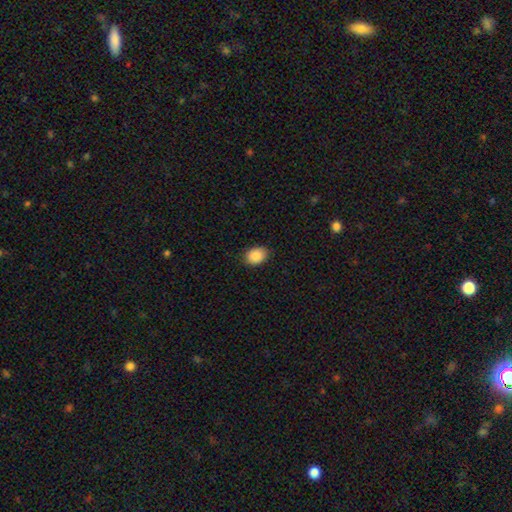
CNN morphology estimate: smooth_or_featured: smooth (p=0.89) [alt: star or artifact p=0.08]
how_rounded: in between (p=0.62) [alt: round p=0.37]
merging: none (p=0.86) [alt: minor disturbance p=0.10]